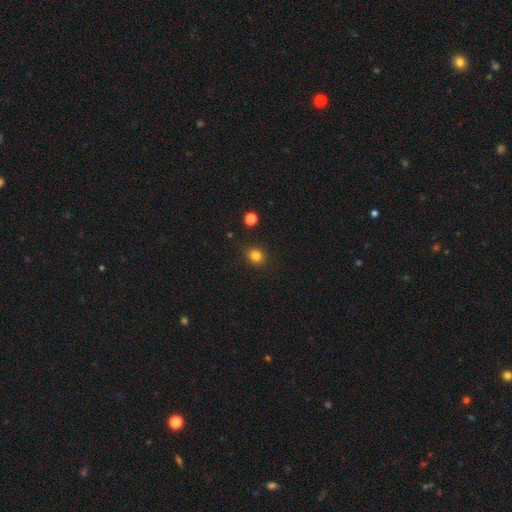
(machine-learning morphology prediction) Smooth or featured: smooth — 82% (star or artifact — 13%)
How rounded: round — 83% (in between — 17%)
Merging: none — 89% (minor disturbance — 7%)